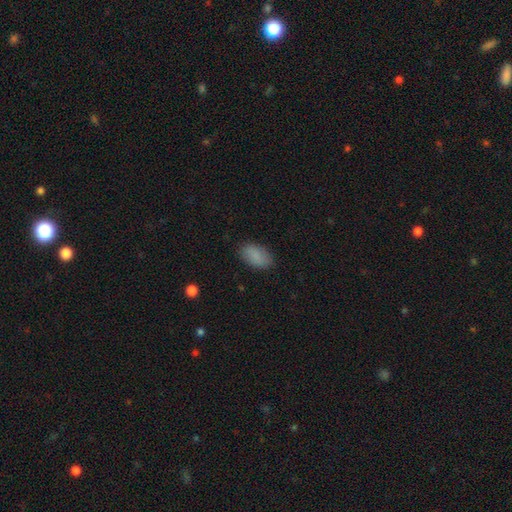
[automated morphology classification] Smooth or featured? Predicted: smooth (p=0.87). How rounded? Predicted: in between (p=0.93). Merging? Predicted: none (p=0.85).